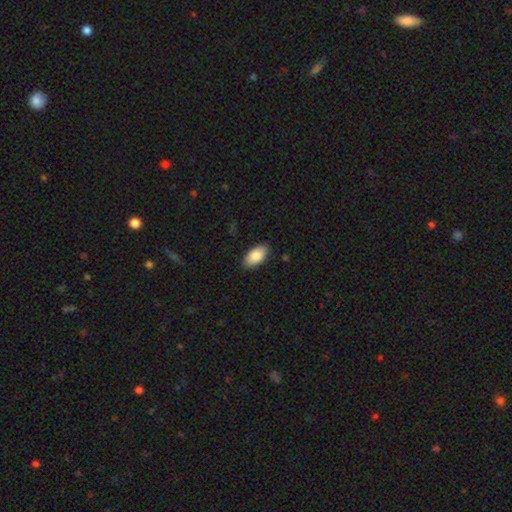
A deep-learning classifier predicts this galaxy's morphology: This is clearly a smooth galaxy (86%). How rounded: clearly in between (95%). Merging: clearly none (88%).